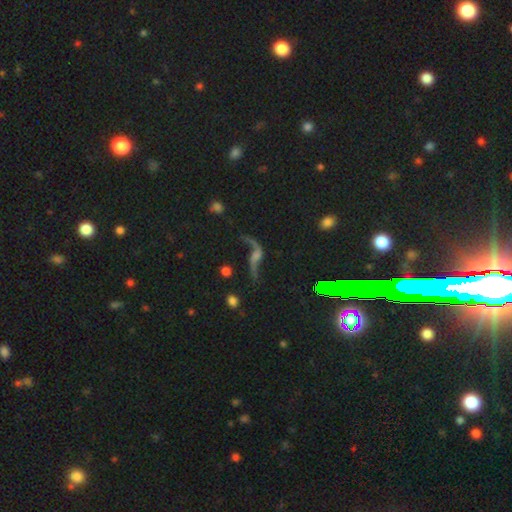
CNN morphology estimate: A featured or disk galaxy (79%) with no bar (59%), 2 (92%) loose (95%) spiral arms (93%) and no central bulge (38%). Merging: none (60%).